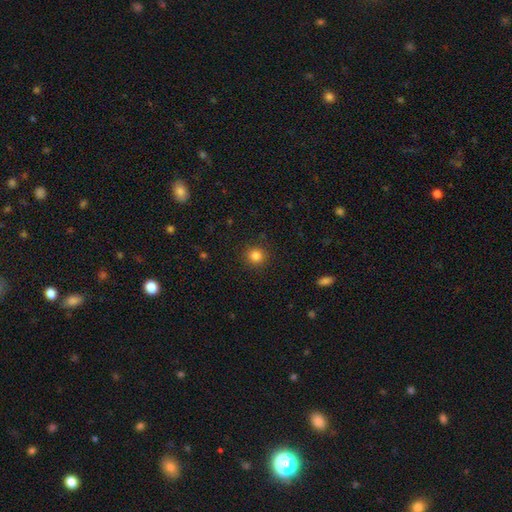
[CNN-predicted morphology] The model was most divided on "smooth or featured": smooth: 84%, star or artifact: 12%, featured or disk: 4%. More confident: how rounded — round (92%); merging — none (90%).